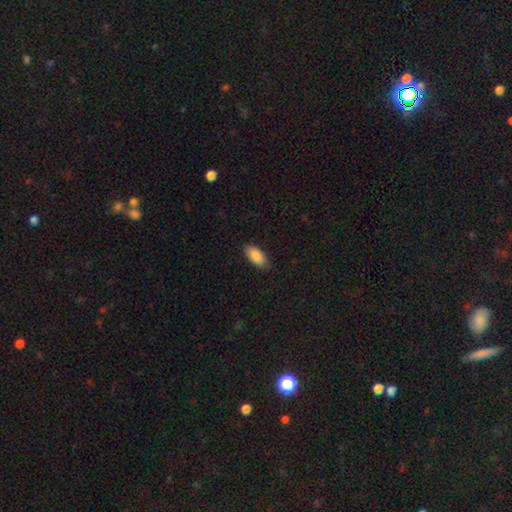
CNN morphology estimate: Q: Smooth or featured?
A: smooth (88%); runner-up: star or artifact (6%)
Q: How rounded?
A: in between (90%); runner-up: cigar-shaped (8%)
Q: Merging?
A: none (86%); runner-up: minor disturbance (11%)